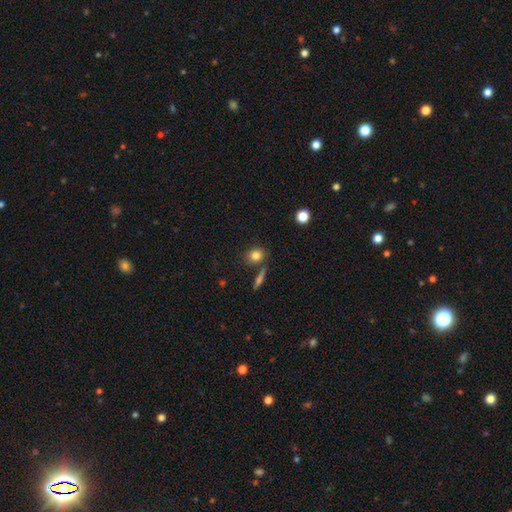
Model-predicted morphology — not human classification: The model was most divided on "how rounded": round: 66%, in between: 31%, cigar-shaped: 3%. More confident: smooth or featured — smooth (82%); merging — none (76%).